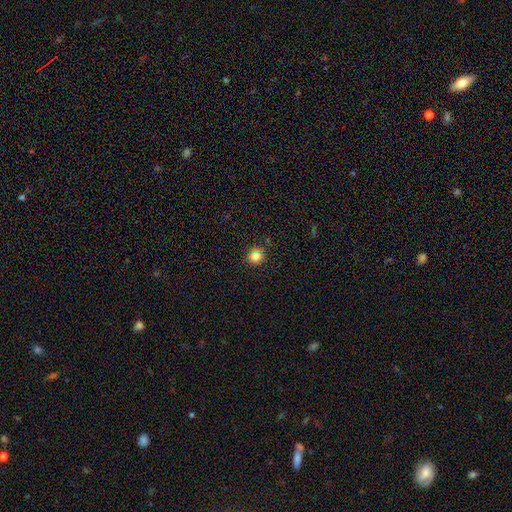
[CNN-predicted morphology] Overall: smooth (82%). How rounded: round (91%). Merging: none (91%).